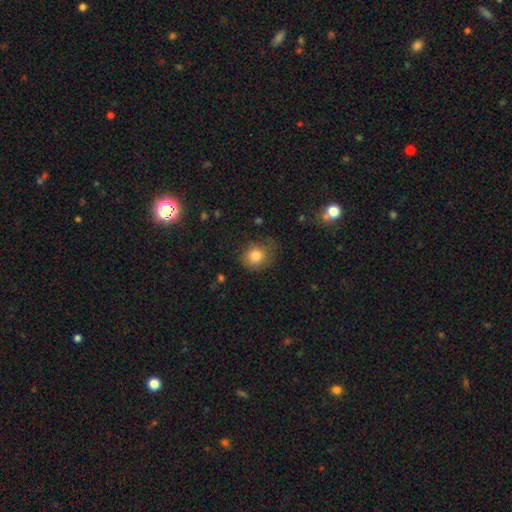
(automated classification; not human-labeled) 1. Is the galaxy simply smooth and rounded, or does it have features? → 81% smooth, 10% star or artifact, 9% featured or disk.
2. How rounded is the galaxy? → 77% round, 22% in between, 1% cigar-shaped.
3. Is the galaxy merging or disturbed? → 65% none, 24% minor disturbance, 9% major disturbance, 2% merger.